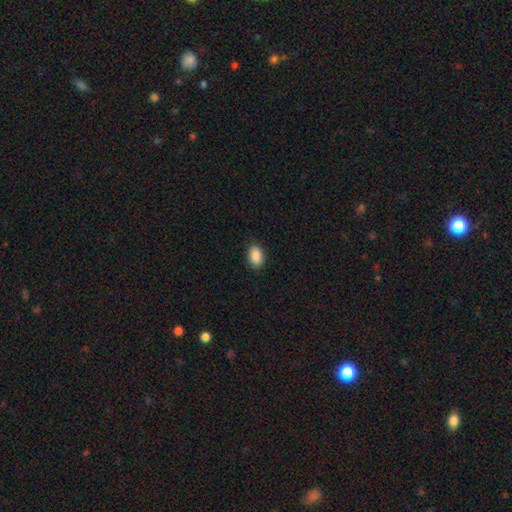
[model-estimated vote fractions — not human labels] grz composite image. It shows a smooth galaxy with no disk features (90%) that is in between round and cigar-shaped (88%). Merging: none (88%).